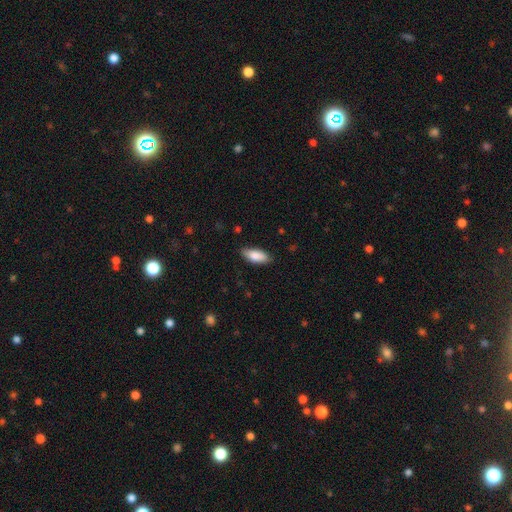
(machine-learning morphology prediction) This appears to be a smooth galaxy with no disk features (85%) that is in between round and cigar-shaped (81%). Merging: none (83%).